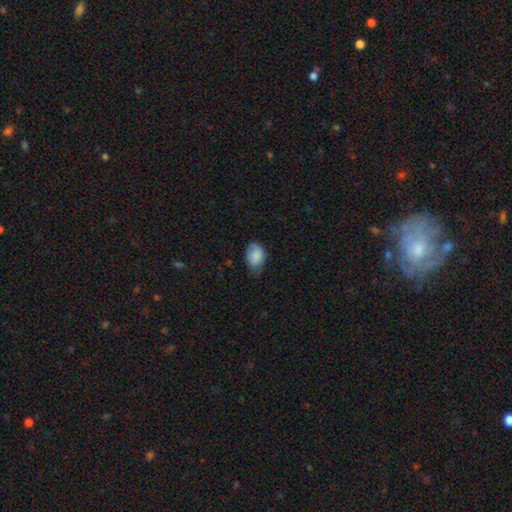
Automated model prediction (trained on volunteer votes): Smooth or featured? Predicted: smooth (p=0.85). How rounded? Predicted: in between (p=0.85). Merging? Predicted: none (p=0.55).